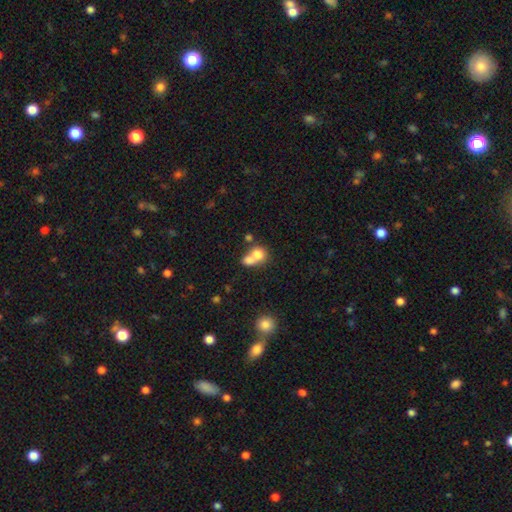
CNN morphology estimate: The model was most divided on "how rounded": round: 66%, in between: 33%, cigar-shaped: 1%. More confident: smooth or featured — smooth (74%); merging — merger (66%).